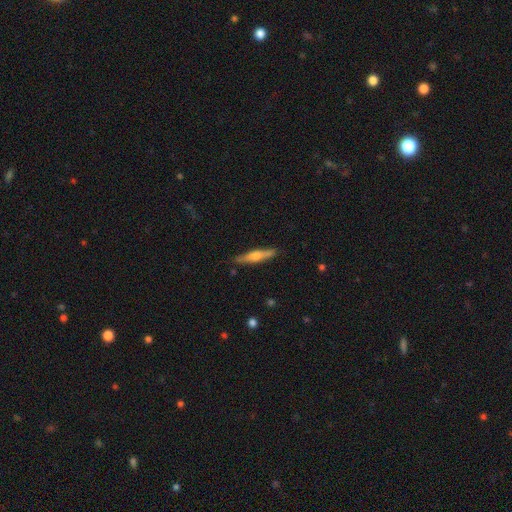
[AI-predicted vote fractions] Smooth or featured? featured or disk (55%)
Edge-on disk? yes (95%)
Edge-on bulge? rounded (82%)
Merging? none (88%)